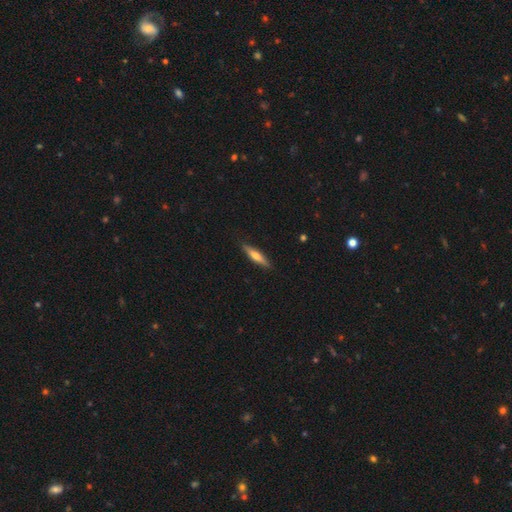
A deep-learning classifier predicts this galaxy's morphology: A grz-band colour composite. It shows a smooth galaxy with no disk features (54%) that is cigar-shaped (81%). Merging: none (88%).